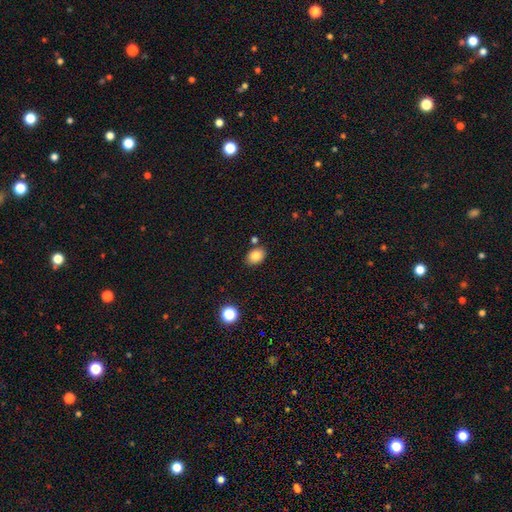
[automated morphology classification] This appears to be a smooth galaxy with no disk features (85%) that is in between round and cigar-shaped (78%). Merging: none (80%).